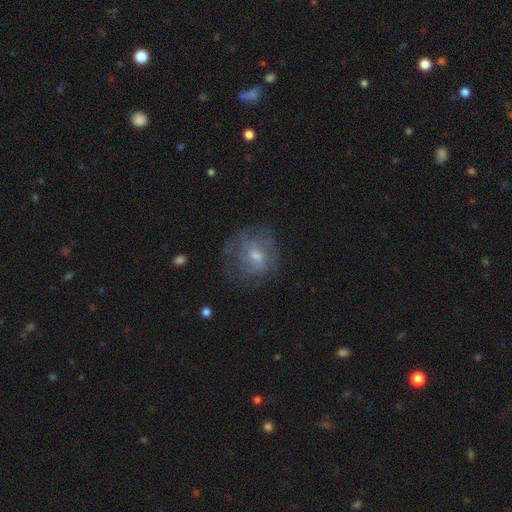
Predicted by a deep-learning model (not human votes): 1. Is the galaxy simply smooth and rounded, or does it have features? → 57% featured or disk, 31% smooth, 12% star or artifact.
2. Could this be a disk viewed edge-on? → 96% no, 4% yes.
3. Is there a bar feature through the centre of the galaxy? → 50% no, 43% weak, 7% strong.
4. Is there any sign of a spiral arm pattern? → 65% yes, 35% no.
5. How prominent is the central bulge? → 46% moderate, 45% small, 5% none, 3% large, 1% dominant.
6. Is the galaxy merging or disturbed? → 64% none, 20% minor disturbance, 14% major disturbance, 1% merger.